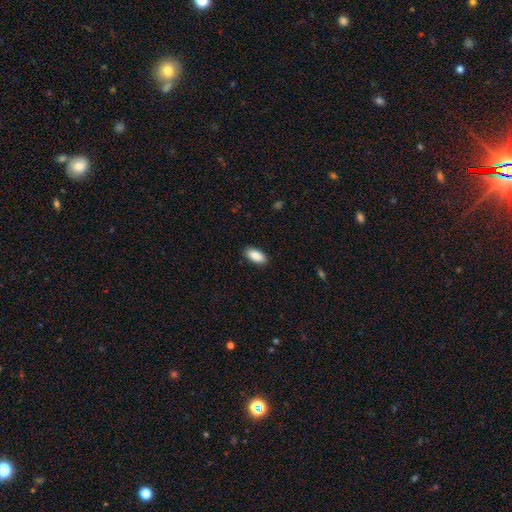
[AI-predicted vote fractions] Smooth or featured? smooth (89%)
How rounded? in between (92%)
Merging? none (89%)